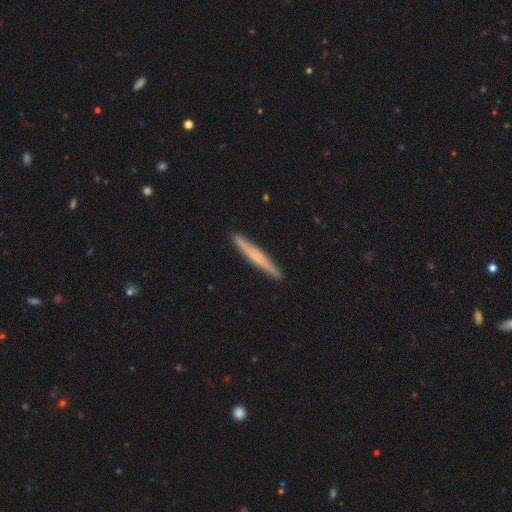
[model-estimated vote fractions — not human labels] smooth 58%, featured or disk 37%, star or artifact 6%. Down the decision tree: how rounded — cigar-shaped (96%); merging — none (92%).